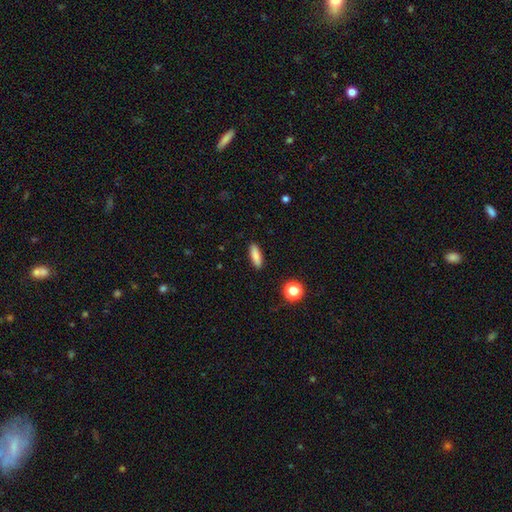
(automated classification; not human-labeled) This is clearly a smooth galaxy (84%). How rounded: possibly cigar-shaped (55%). Merging: clearly none (90%).